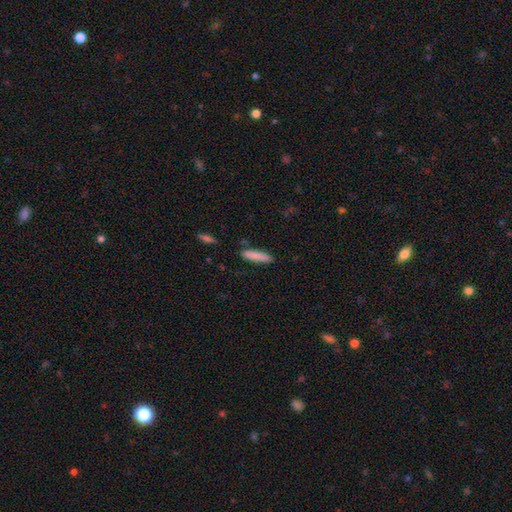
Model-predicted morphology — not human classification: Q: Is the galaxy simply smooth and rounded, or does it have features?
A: smooth — 84%.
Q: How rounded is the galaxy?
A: cigar-shaped — 79%.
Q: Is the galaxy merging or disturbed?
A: none — 84%.